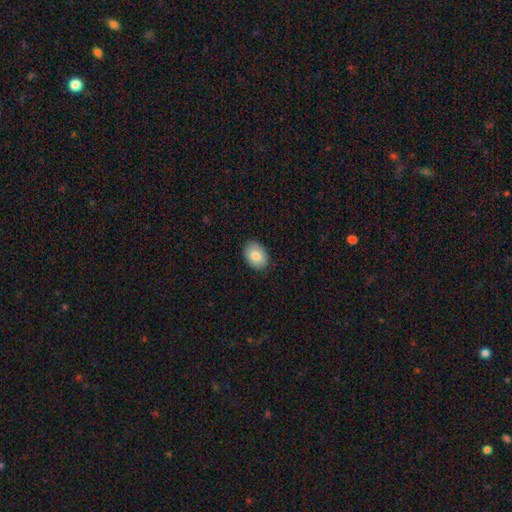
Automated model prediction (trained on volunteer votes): smooth-or-featured: smooth: 83% | featured or disk: 11% | star or artifact: 7%
  how-rounded: in between: 81% | round: 18% | cigar-shaped: 1%
  merging: none: 89% | minor disturbance: 9% | major disturbance: 2% | merger: 1%